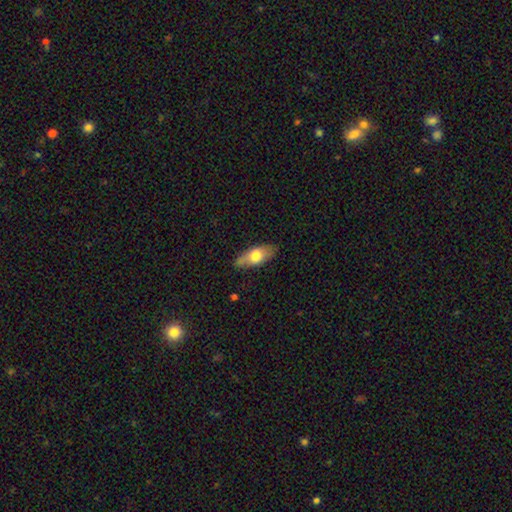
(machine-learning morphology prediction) This appears to be a smooth galaxy with no disk features (63%) that is in between round and cigar-shaped (79%). Merging: none (79%).